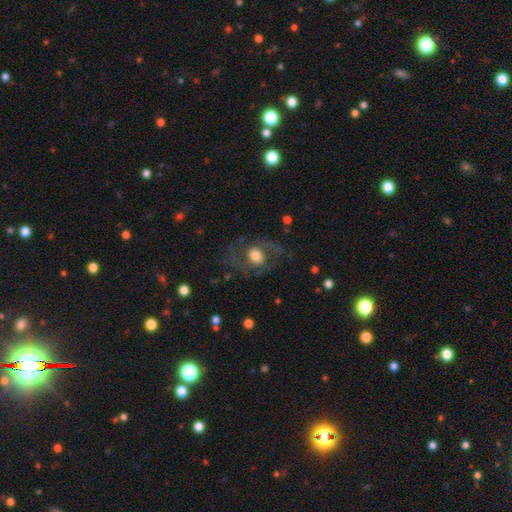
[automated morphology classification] A featured or disk galaxy (63%) with no bar (67%), spiral arms (72%) and a moderate central bulge (49%).

Vote fractions:
- Smooth or featured? featured or disk: 63% / smooth: 30% / star or artifact: 8%
- Edge-on disk? no: 96% / yes: 4%
- Bar? no: 67% / weak: 27% / strong: 7%
- Spiral arms? yes: 72% / no: 28%
- Bulge size? moderate: 49% / large: 37% / small: 9% / dominant: 4% / none: 2%
- Merging? none: 65% / major disturbance: 18% / minor disturbance: 16% / merger: 2%